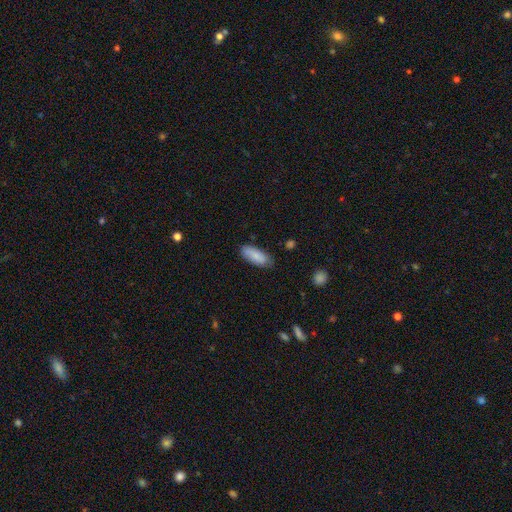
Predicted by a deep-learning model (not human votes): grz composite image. It shows a smooth galaxy with no disk features (87%) that is in between round and cigar-shaped (80%). Merging: none (77%).